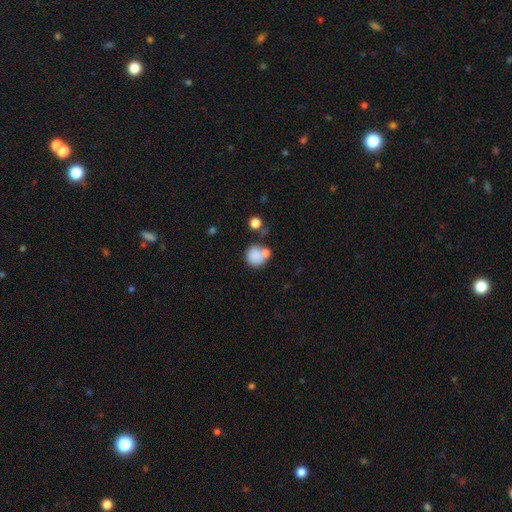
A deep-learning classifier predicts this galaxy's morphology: Overall: smooth (82%). How rounded: round (87%). Merging: none (56%; merger 23%).